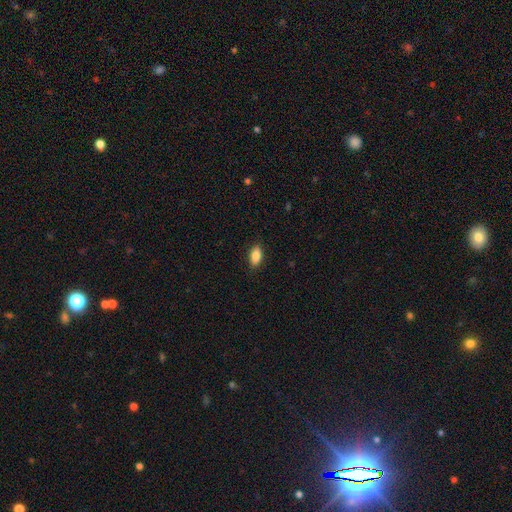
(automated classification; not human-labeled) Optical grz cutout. It shows a smooth galaxy with no disk features (86%) that is in between round and cigar-shaped (90%). Merging: none (87%).